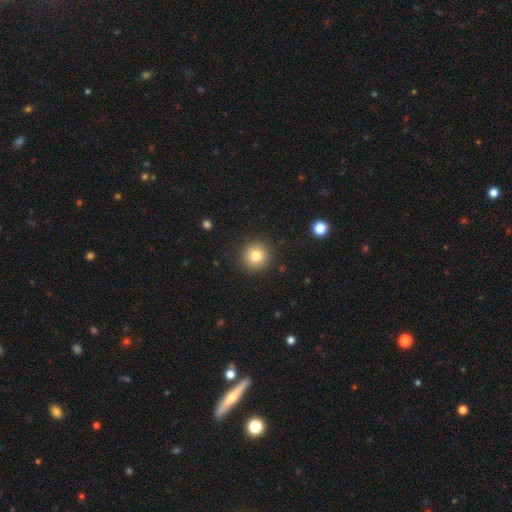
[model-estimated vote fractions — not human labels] Morphology: type=smooth (80%); roundness=round (93%); merging=none (91%).